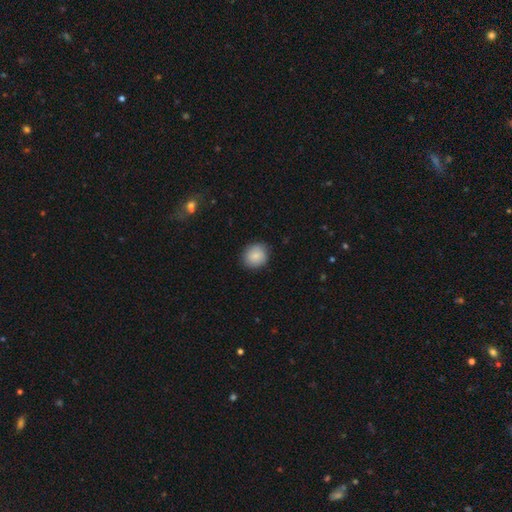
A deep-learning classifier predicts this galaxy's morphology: A smooth galaxy with no disk features (86%) that is round (81%). Merging: none (86%).